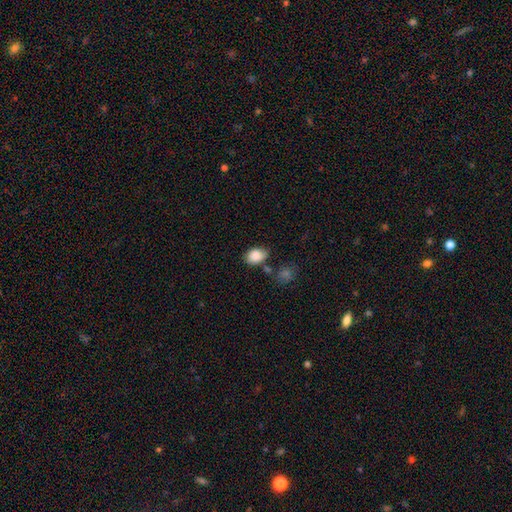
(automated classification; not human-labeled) A smooth galaxy with no disk features (87%) that is in between round and cigar-shaped (81%).

Vote fractions:
- Smooth or featured? smooth: 87% / star or artifact: 8% / featured or disk: 5%
- How rounded? in between: 81% / round: 18% / cigar-shaped: 1%
- Merging? none: 64% / minor disturbance: 22% / merger: 9% / major disturbance: 5%